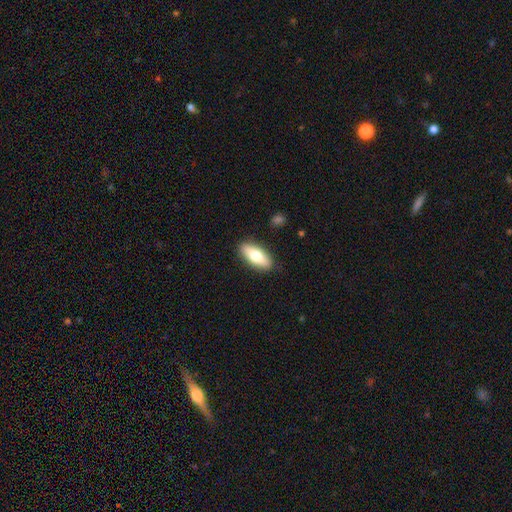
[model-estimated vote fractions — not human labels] Q: Smooth or featured?
A: smooth (68%); runner-up: featured or disk (26%)
Q: How rounded?
A: in between (72%); runner-up: cigar-shaped (25%)
Q: Merging?
A: none (88%); runner-up: minor disturbance (9%)